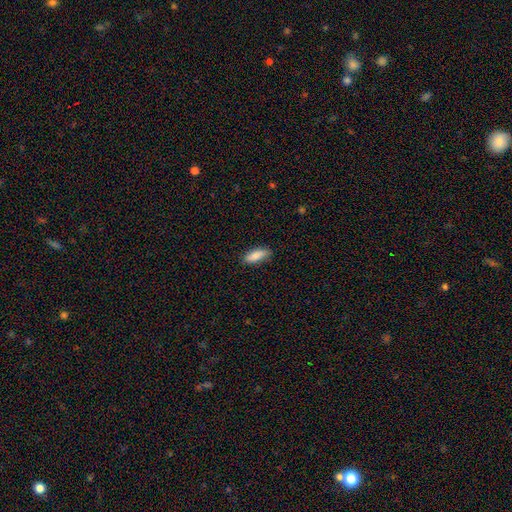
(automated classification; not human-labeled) Smooth or featured? Predicted: smooth (p=0.86). How rounded? Predicted: in between (p=0.67). Merging? Predicted: none (p=0.84).